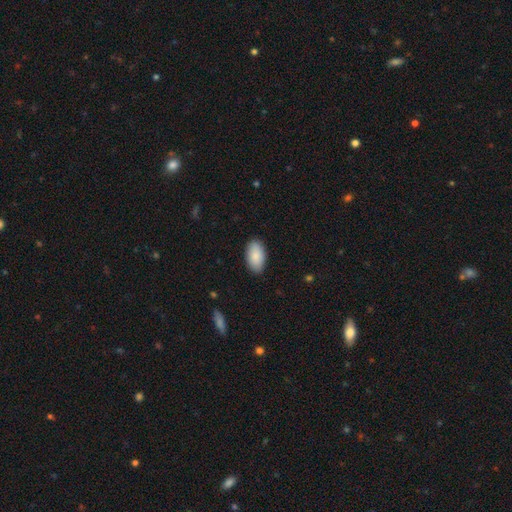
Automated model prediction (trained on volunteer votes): The model was most divided on "merging": none: 88%, minor disturbance: 9%, major disturbance: 2%, merger: 1%. More confident: how rounded — in between (96%); smooth or featured — smooth (88%).